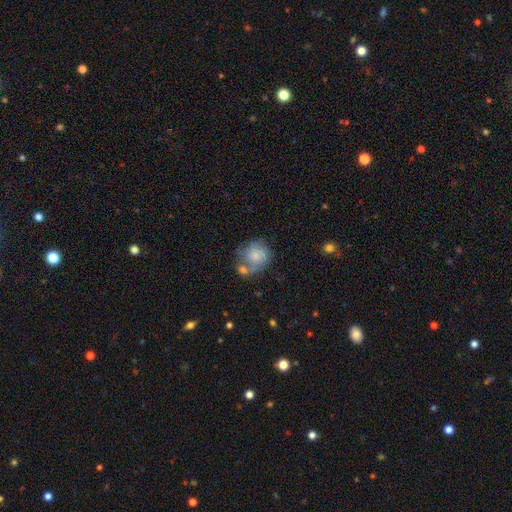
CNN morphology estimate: Smooth or featured? Predicted: smooth (p=0.58). How rounded? Predicted: round (p=0.77). Merging? Predicted: none (p=0.39).